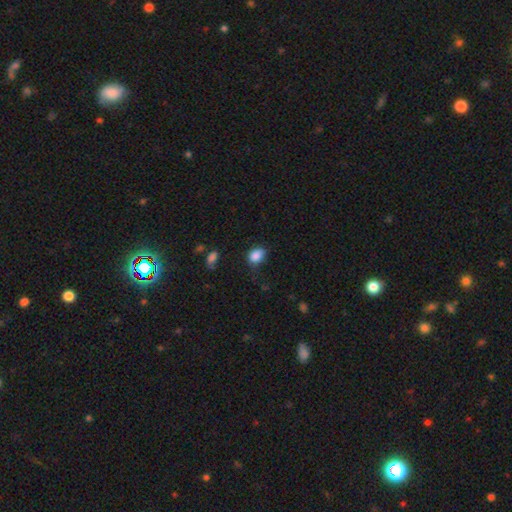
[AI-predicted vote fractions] smooth_or_featured: smooth (p=0.86) [alt: star or artifact p=0.09]
how_rounded: in between (p=0.68) [alt: round p=0.31]
merging: none (p=0.62) [alt: minor disturbance p=0.29]